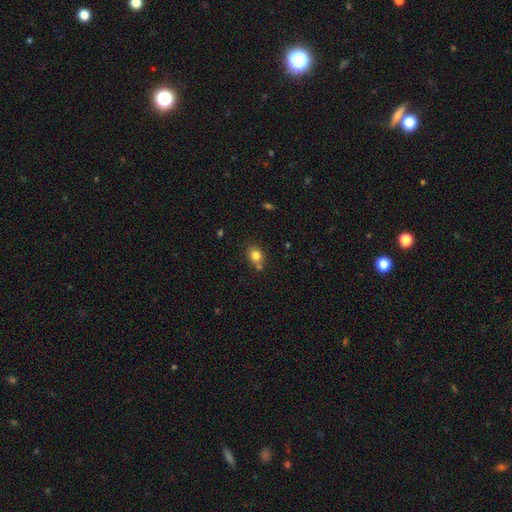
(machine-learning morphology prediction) Q: Smooth or featured?
A: smooth (81%); runner-up: star or artifact (11%)
Q: How rounded?
A: round (58%); runner-up: in between (41%)
Q: Merging?
A: none (67%); runner-up: merger (16%)